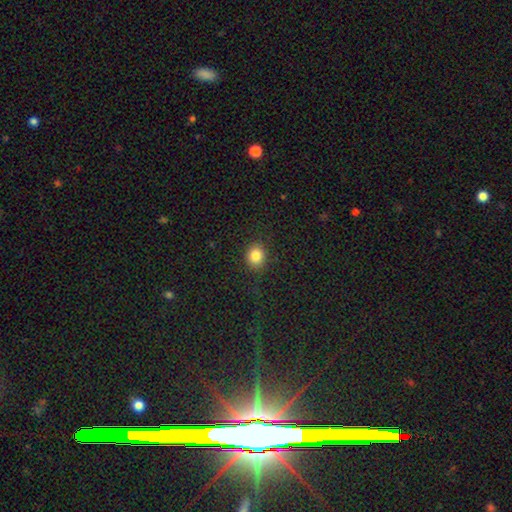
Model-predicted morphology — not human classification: A smooth galaxy with no disk features (84%) that is round (70%). Merging: none (88%).